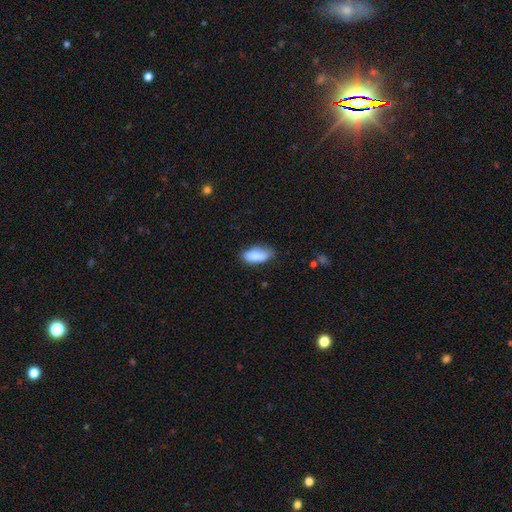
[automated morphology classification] type=smooth (85%); roundness=in between (85%); merging=none (66%).